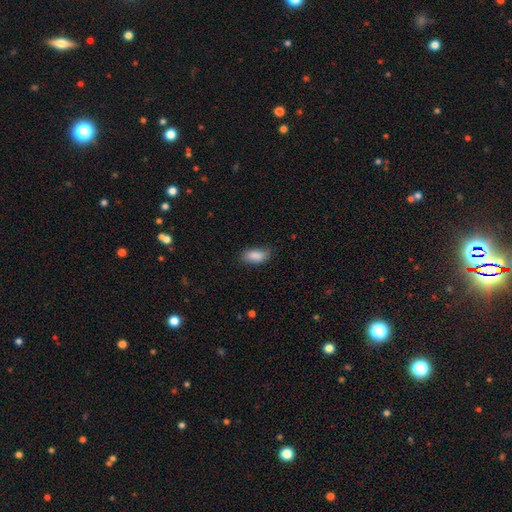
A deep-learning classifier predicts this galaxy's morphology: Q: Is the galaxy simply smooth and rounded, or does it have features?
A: smooth — 89%.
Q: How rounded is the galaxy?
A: in between — 89%.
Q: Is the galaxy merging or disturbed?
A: none — 77%.